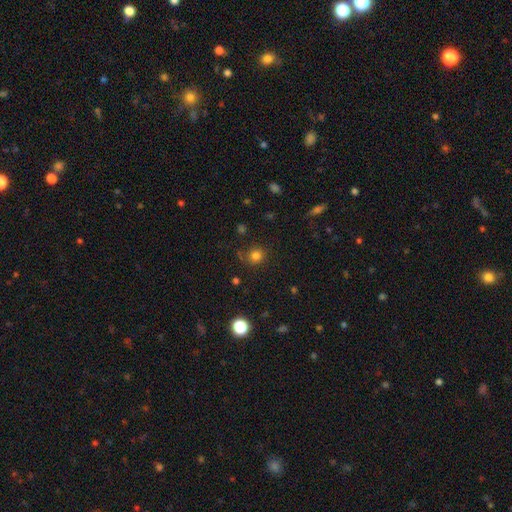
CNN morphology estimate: smooth_or_featured: smooth (p=0.78) [alt: star or artifact p=0.16]
how_rounded: round (p=0.88) [alt: in between p=0.11]
merging: none (p=0.79) [alt: minor disturbance p=0.14]